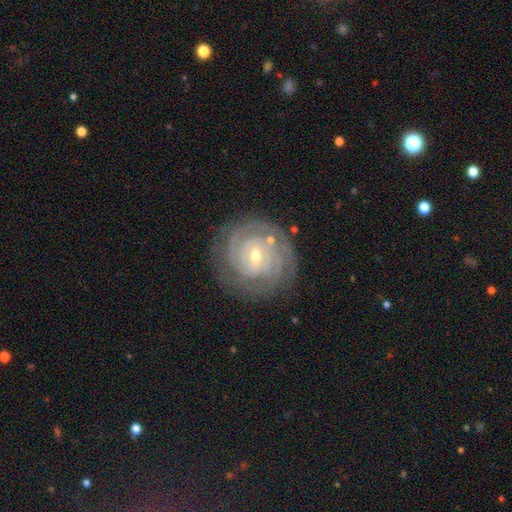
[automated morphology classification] Q: Smooth or featured?
A: featured or disk (89%); runner-up: smooth (6%)
Q: Edge-on disk?
A: no (97%); runner-up: yes (3%)
Q: Bar?
A: weak (47%); runner-up: no (34%)
Q: Spiral arms?
A: yes (98%); runner-up: no (2%)
Q: Spiral winding?
A: tight (86%); runner-up: medium (12%)
Q: Spiral arm count?
A: 3 (25%); runner-up: 2 (22%)
Q: Bulge size?
A: small (57%); runner-up: moderate (40%)
Q: Merging?
A: none (82%); runner-up: minor disturbance (12%)